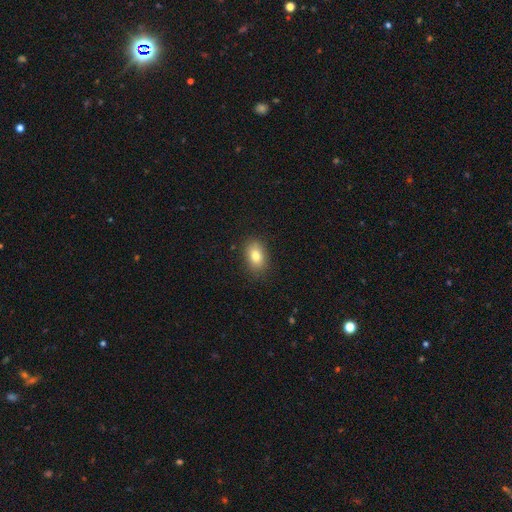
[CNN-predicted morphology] type=smooth (79%); roundness=in between (81%); merging=none (86%).